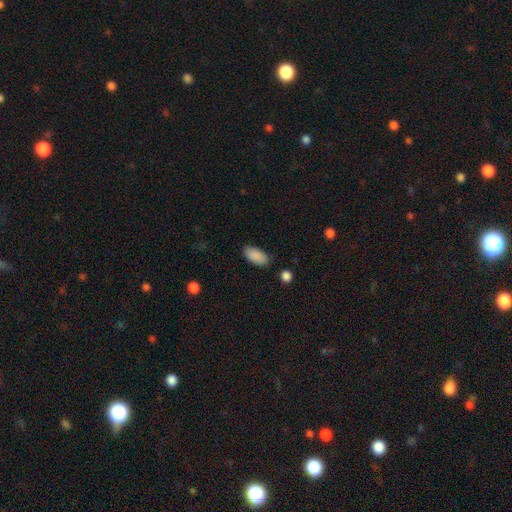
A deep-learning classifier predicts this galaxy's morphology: A smooth galaxy with no disk features (89%) that is in between round and cigar-shaped (92%).

Vote fractions:
- Smooth or featured? smooth: 89% / star or artifact: 7% / featured or disk: 4%
- How rounded? in between: 92% / cigar-shaped: 5% / round: 2%
- Merging? none: 83% / minor disturbance: 12% / major disturbance: 3% / merger: 2%